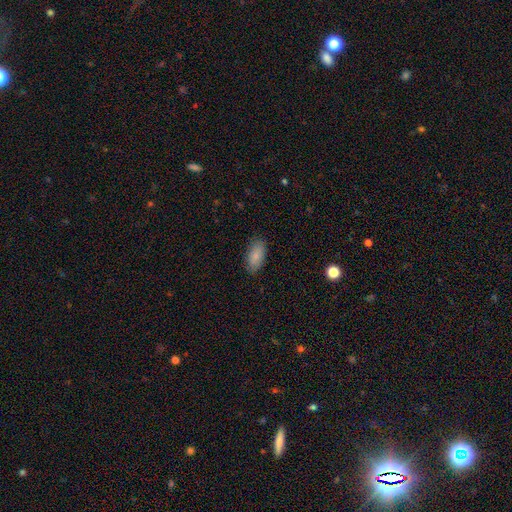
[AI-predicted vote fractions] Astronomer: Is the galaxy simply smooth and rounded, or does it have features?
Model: smooth — 83%.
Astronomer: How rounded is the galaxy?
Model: in between — 93%.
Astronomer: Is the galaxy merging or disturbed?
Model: none — 85%.